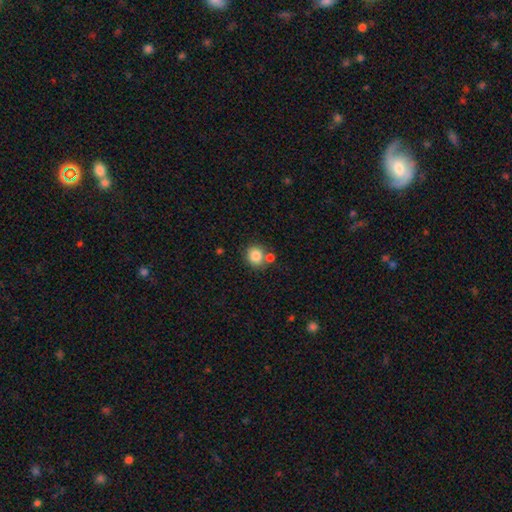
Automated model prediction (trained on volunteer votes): Overall: smooth (84%). How rounded: round (82%). Merging: none (65%).